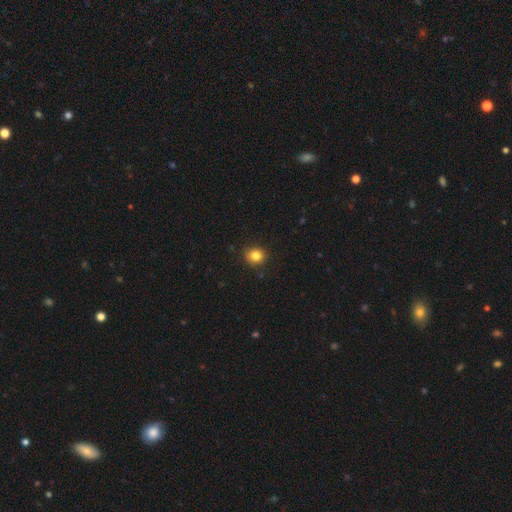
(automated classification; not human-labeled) smooth-or-featured: smooth: 83% | star or artifact: 11% | featured or disk: 6%
  how-rounded: round: 80% | in between: 19% | cigar-shaped: 1%
  merging: none: 83% | minor disturbance: 13% | major disturbance: 3% | merger: 1%